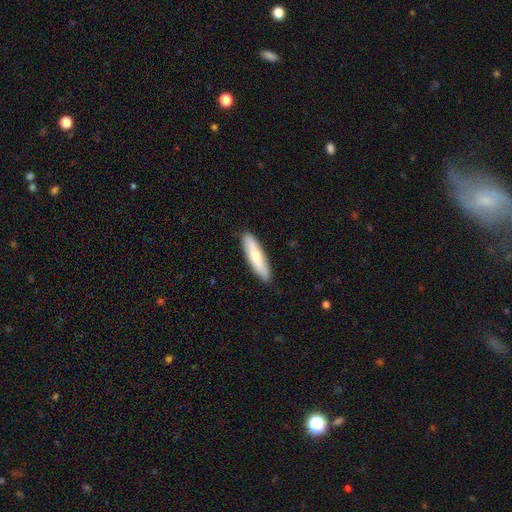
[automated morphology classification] Smooth or featured: smooth — 62% (featured or disk — 33%)
How rounded: cigar-shaped — 71% (in between — 28%)
Merging: none — 88% (minor disturbance — 9%)